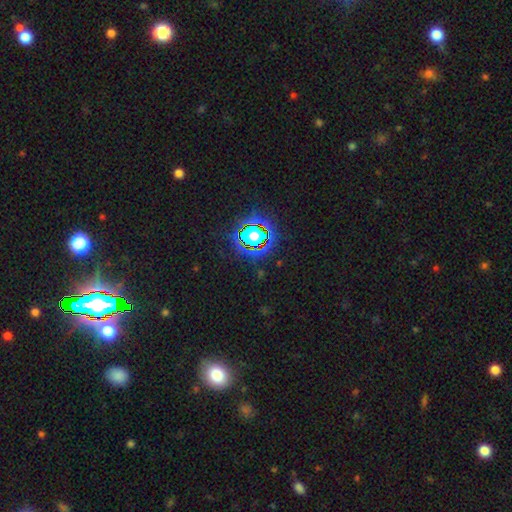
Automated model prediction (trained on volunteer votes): smooth-or-featured: star or artifact: 80% | smooth: 12% | featured or disk: 9%